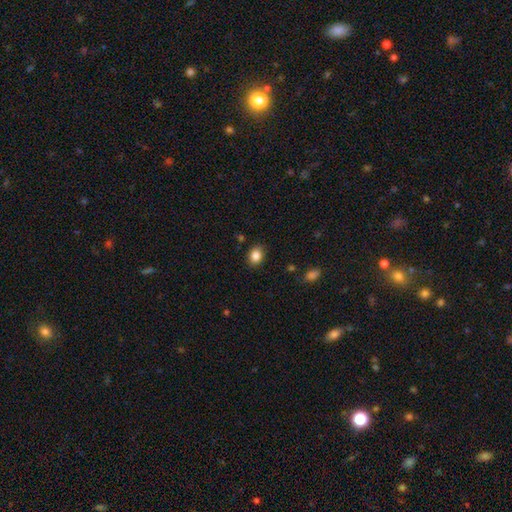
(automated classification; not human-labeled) This is clearly a smooth galaxy (85%). How rounded: likely in between (60%). Merging: clearly none (86%).